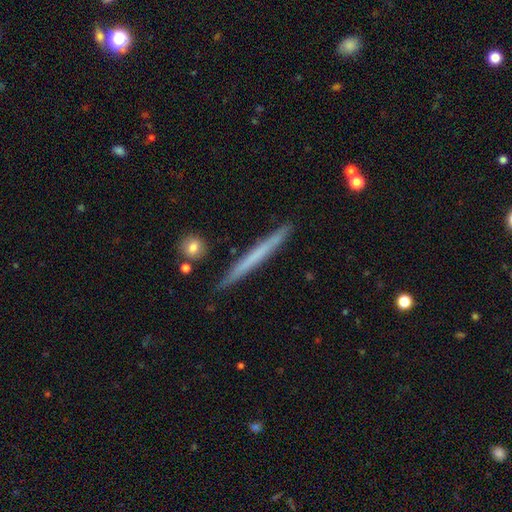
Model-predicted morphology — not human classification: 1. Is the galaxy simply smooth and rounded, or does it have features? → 50% smooth, 44% featured or disk, 6% star or artifact.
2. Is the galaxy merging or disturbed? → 90% none, 7% minor disturbance, 2% merger, 1% major disturbance.